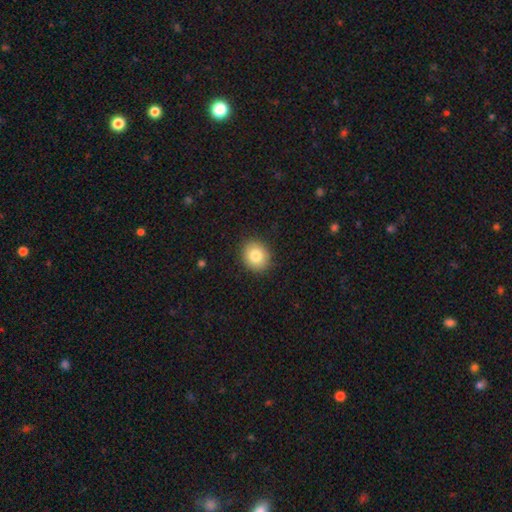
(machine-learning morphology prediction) Smooth or featured?
  - smooth: 82% *
  - featured or disk: 9%
  - star or artifact: 9%
How rounded?
  - round: 72% *
  - in between: 27%
  - cigar-shaped: 1%
Merging?
  - none: 90% *
  - minor disturbance: 7%
  - major disturbance: 2%
  - merger: 1%